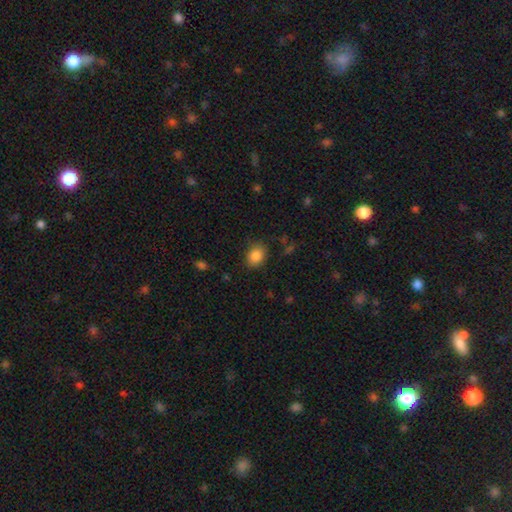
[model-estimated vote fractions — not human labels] Smooth or featured? Predicted: smooth (p=0.86). How rounded? Predicted: in between (p=0.53). Merging? Predicted: none (p=0.83).